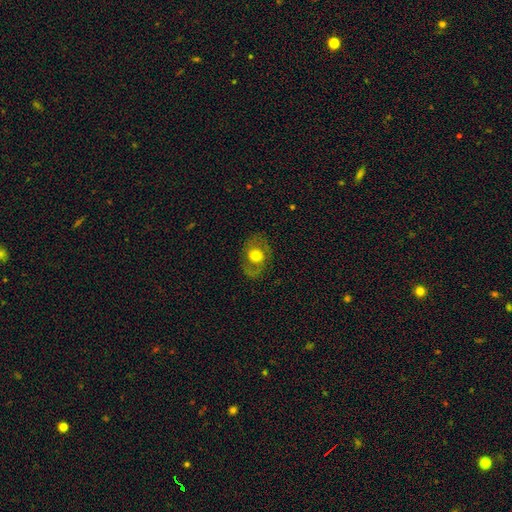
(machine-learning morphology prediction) A featured or disk galaxy (47%). Merging: none (76%).